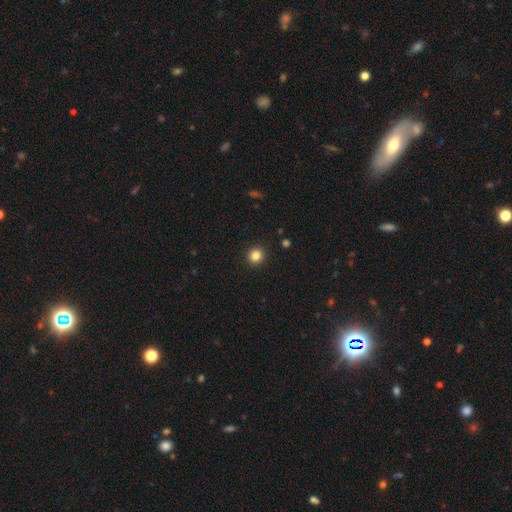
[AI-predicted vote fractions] Smooth or featured?
  - smooth: 84% *
  - star or artifact: 12%
  - featured or disk: 4%
How rounded?
  - round: 90% *
  - in between: 9%
  - cigar-shaped: 1%
Merging?
  - none: 92% *
  - minor disturbance: 5%
  - major disturbance: 2%
  - merger: 1%